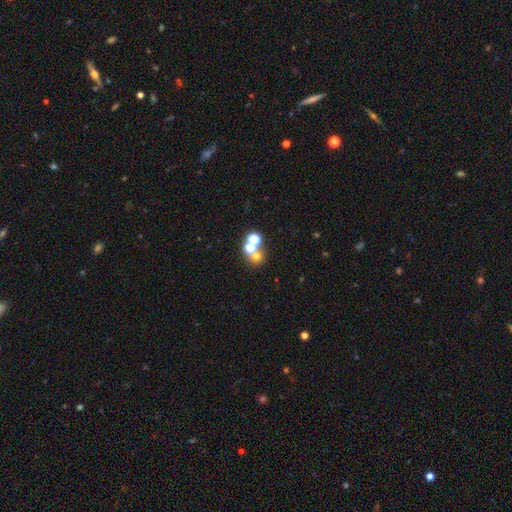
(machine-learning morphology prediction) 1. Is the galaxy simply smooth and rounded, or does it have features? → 55% smooth, 29% star or artifact, 16% featured or disk.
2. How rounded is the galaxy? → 82% round, 17% in between, 1% cigar-shaped.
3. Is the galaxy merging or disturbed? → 47% none, 42% merger, 6% minor disturbance, 5% major disturbance.